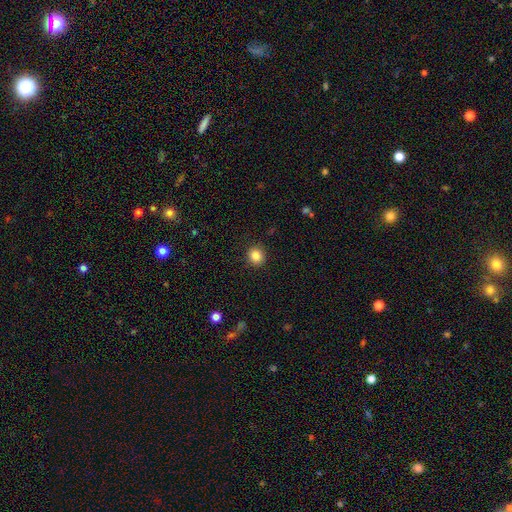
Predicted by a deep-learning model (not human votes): This is clearly a smooth galaxy (84%). How rounded: clearly round (87%). Merging: clearly none (91%).